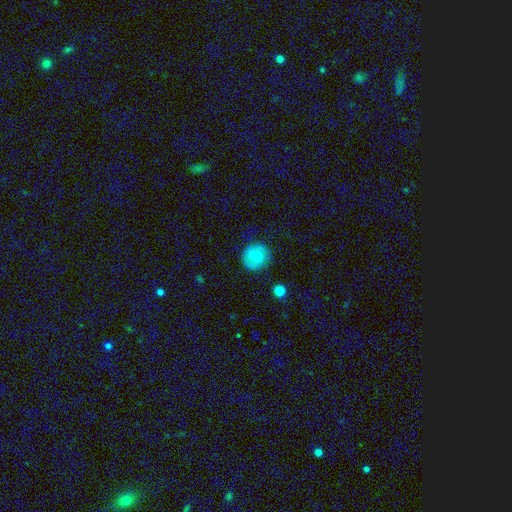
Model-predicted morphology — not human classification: Smooth or featured: smooth — 62% (featured or disk — 31%)
How rounded: round — 88% (in between — 11%)
Merging: none — 82% (minor disturbance — 13%)